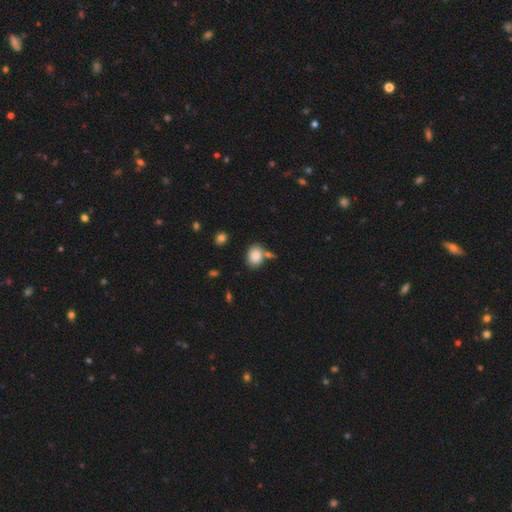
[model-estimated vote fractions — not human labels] smooth 83%, star or artifact 9%, featured or disk 9%. Down the decision tree: how rounded — in between (62%); merging — none (66%).